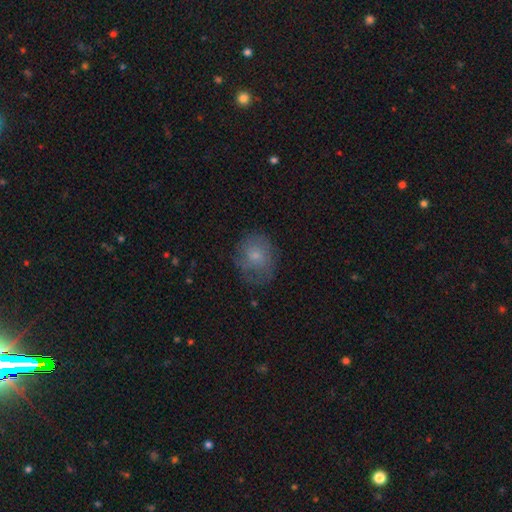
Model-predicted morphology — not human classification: A smooth galaxy with no disk features (61%) that is round (59%).

Vote fractions:
- Smooth or featured? smooth: 61% / featured or disk: 29% / star or artifact: 10%
- How rounded? round: 59% / in between: 40% / cigar-shaped: 1%
- Merging? none: 55% / minor disturbance: 26% / major disturbance: 17% / merger: 2%